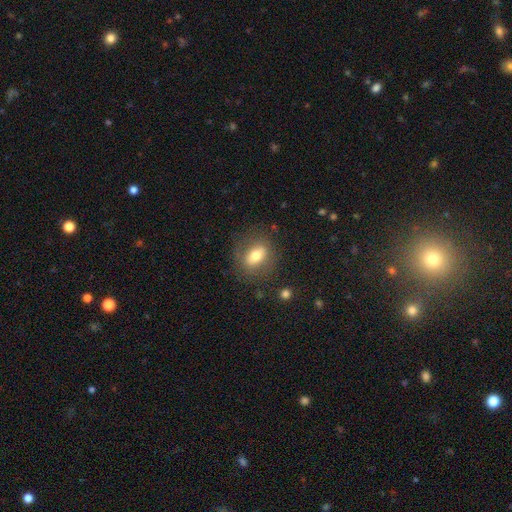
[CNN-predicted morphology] Overall: smooth (65%; featured or disk 27%). How rounded: in between (69%). Merging: none (78%).